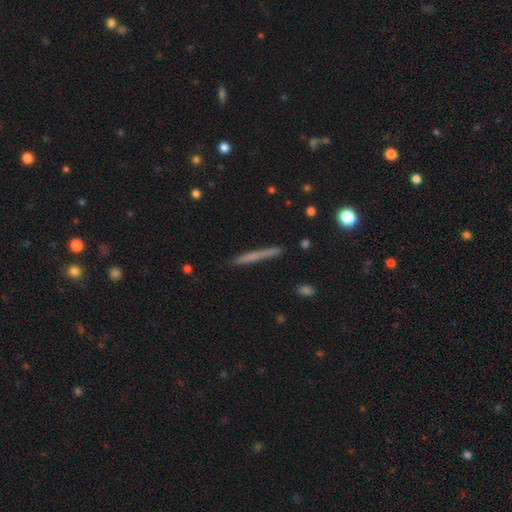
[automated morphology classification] Smooth or featured: smooth — 54% (featured or disk — 39%)
How rounded: cigar-shaped — 96% (in between — 2%)
Merging: none — 89% (minor disturbance — 8%)